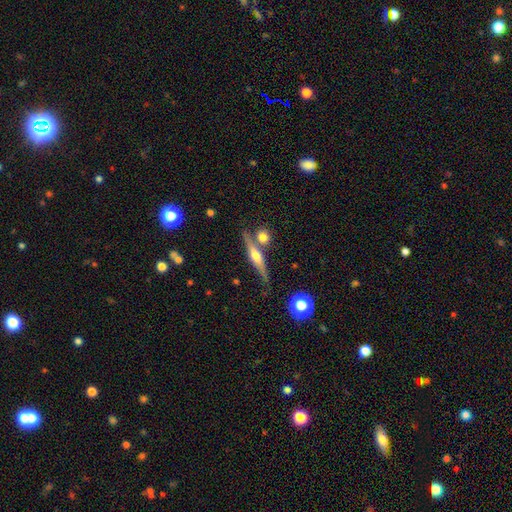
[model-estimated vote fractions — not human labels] Smooth or featured: featured or disk — 72% (smooth — 21%)
Edge-on disk: yes — 95% (no — 5%)
Edge-on bulge: rounded — 88% (boxy — 8%)
Merging: none — 72% (merger — 14%)